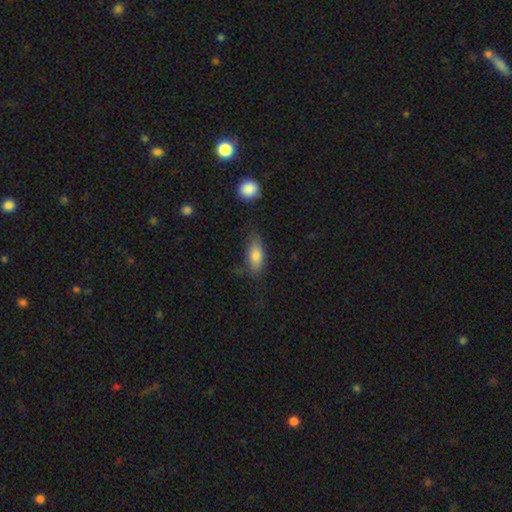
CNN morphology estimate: Q: Smooth or featured?
A: smooth (78%); runner-up: featured or disk (14%)
Q: How rounded?
A: in between (78%); runner-up: cigar-shaped (18%)
Q: Merging?
A: none (67%); runner-up: minor disturbance (23%)